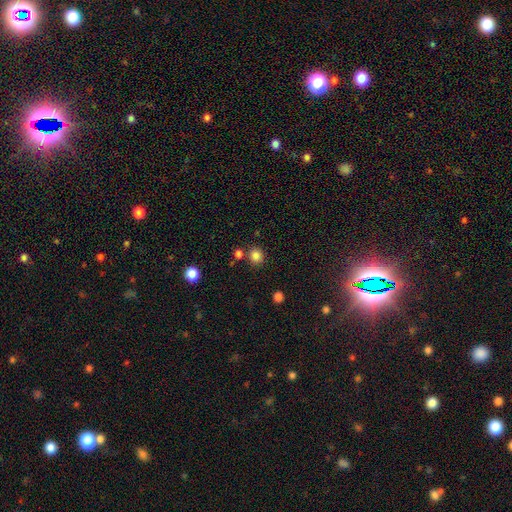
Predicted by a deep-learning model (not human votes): A smooth galaxy with no disk features (83%) that is round (85%). Merging: none (80%).